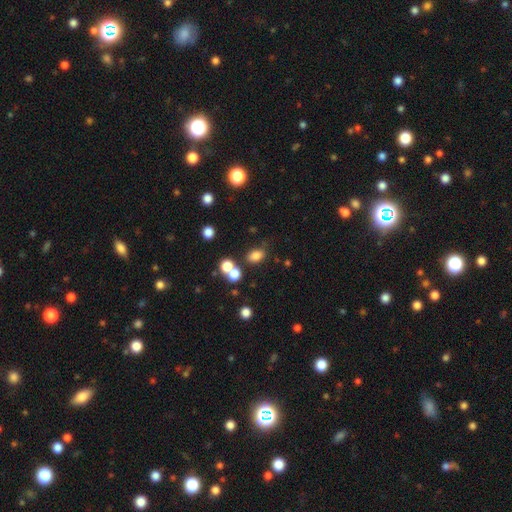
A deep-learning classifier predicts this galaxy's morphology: smooth 79%, star or artifact 14%, featured or disk 7%. Down the decision tree: how rounded — in between (74%); merging — none (64%).